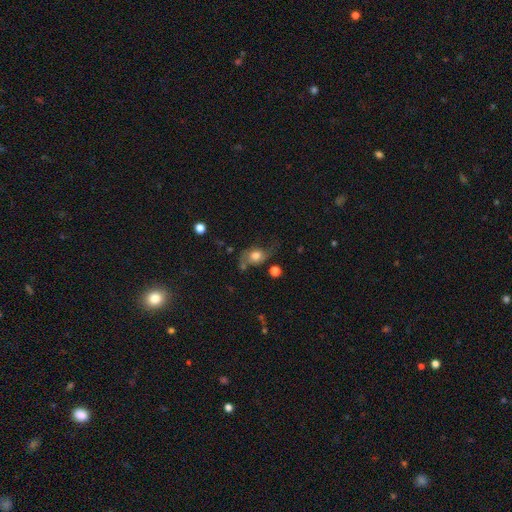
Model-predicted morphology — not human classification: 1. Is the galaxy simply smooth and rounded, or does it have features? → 56% smooth, 34% featured or disk, 10% star or artifact.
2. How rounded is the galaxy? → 50% round, 48% in between, 2% cigar-shaped.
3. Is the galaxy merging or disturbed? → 47% none, 27% minor disturbance, 19% major disturbance, 6% merger.